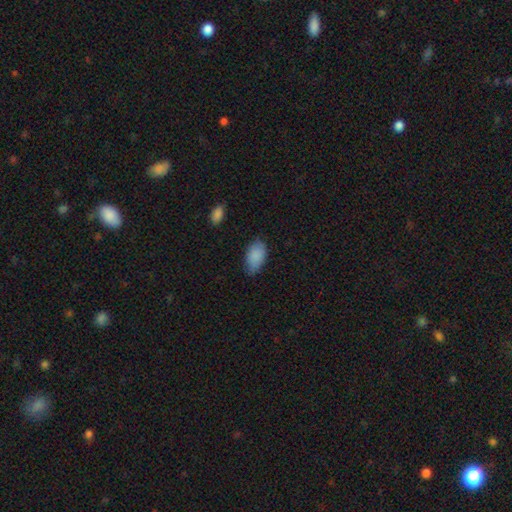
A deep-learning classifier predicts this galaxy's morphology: Smooth or featured? Predicted: smooth (p=0.87). How rounded? Predicted: in between (p=0.93). Merging? Predicted: none (p=0.70).